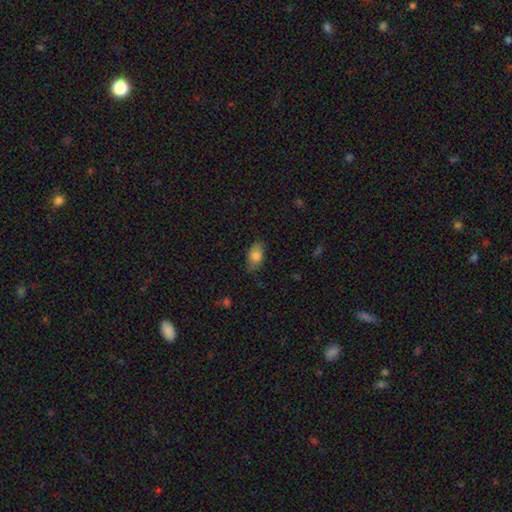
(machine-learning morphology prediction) smooth-or-featured: smooth: 81% | featured or disk: 11% | star or artifact: 8%
  how-rounded: in between: 88% | round: 10% | cigar-shaped: 2%
  merging: none: 76% | minor disturbance: 19% | major disturbance: 4% | merger: 1%